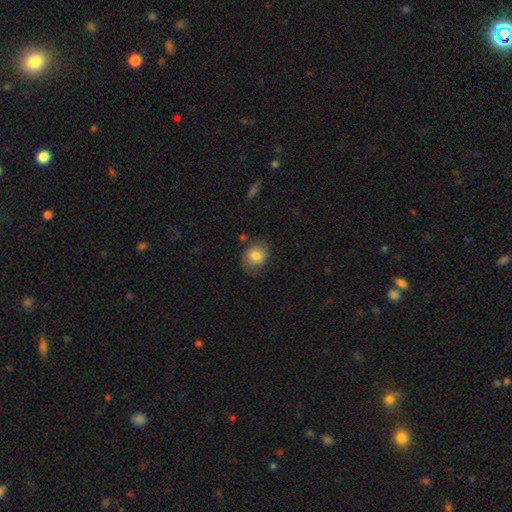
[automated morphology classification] Smooth or featured: smooth — 76% (featured or disk — 16%)
How rounded: round — 55% (in between — 44%)
Merging: none — 70% (minor disturbance — 21%)